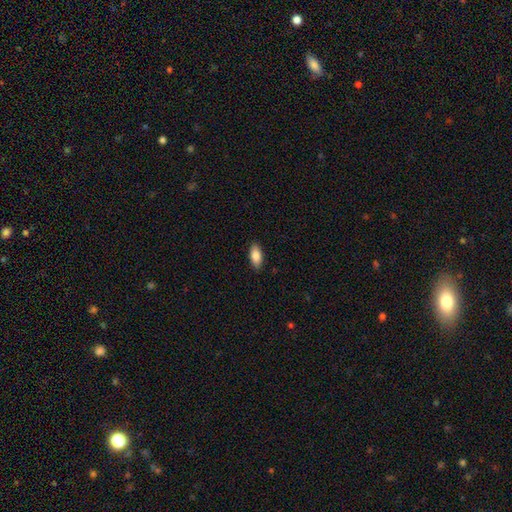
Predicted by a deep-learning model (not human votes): Smooth or featured? smooth (84%)
How rounded? in between (88%)
Merging? none (88%)